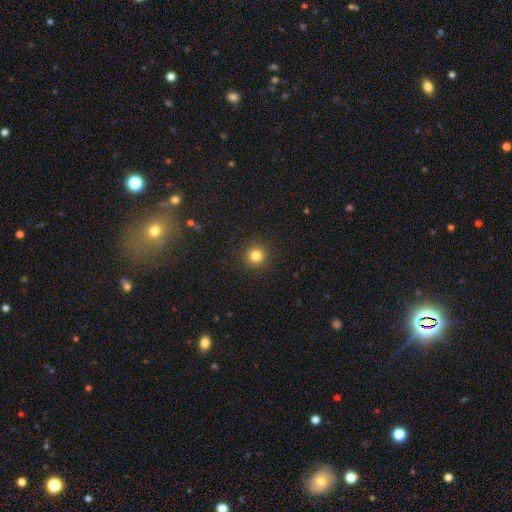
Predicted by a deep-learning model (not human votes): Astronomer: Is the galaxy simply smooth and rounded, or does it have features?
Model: smooth — 83%.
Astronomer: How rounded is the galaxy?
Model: round — 95%.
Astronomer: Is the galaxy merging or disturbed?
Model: none — 92%.